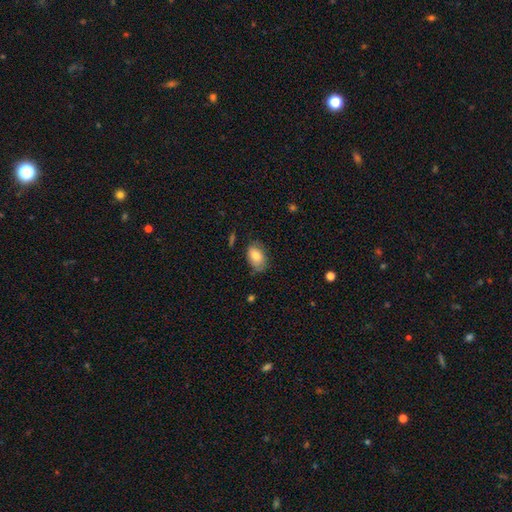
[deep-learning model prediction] A smooth galaxy with no disk features (77%) that is in between round and cigar-shaped (88%). Merging: none (69%).